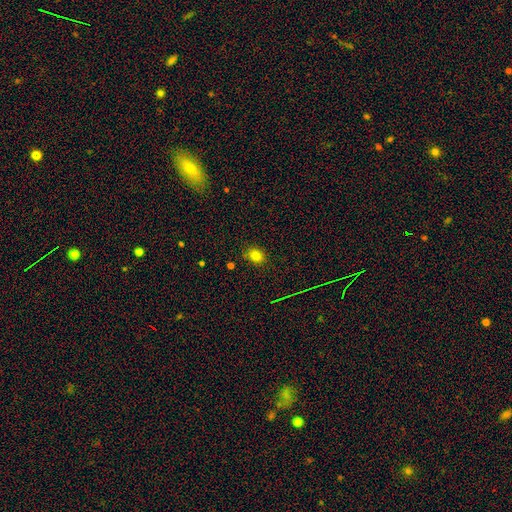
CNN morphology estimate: This is likely a smooth galaxy (79%). How rounded: possibly round (56%). Merging: clearly none (85%).